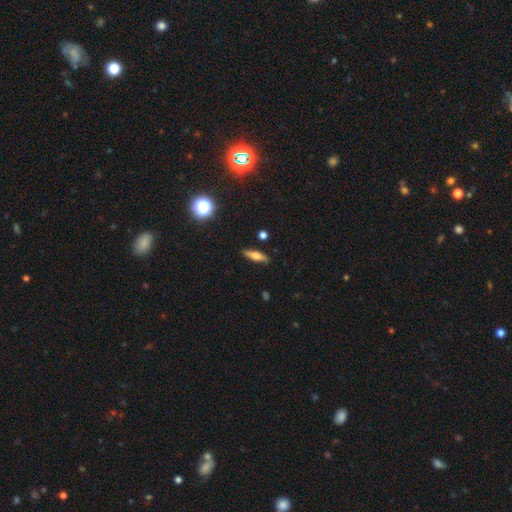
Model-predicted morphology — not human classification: smooth 52%, featured or disk 39%, star or artifact 9%. Down the decision tree: how rounded — cigar-shaped (66%); merging — none (87%).